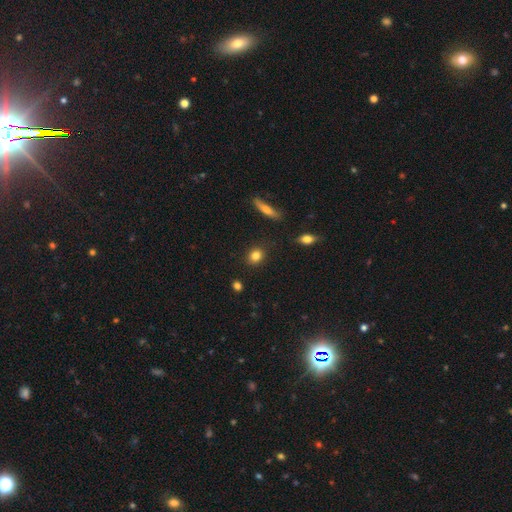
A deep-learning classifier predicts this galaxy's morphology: Overall: smooth (83%). How rounded: round (67%; in between 31%). Merging: none (88%).